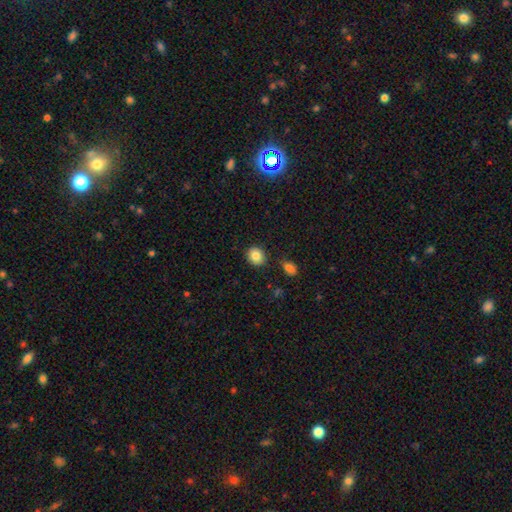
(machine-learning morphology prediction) A smooth galaxy with no disk features (84%) that is round (78%).

Vote fractions:
- Smooth or featured? smooth: 84% / star or artifact: 9% / featured or disk: 7%
- How rounded? round: 78% / in between: 21% / cigar-shaped: 1%
- Merging? none: 87% / minor disturbance: 8% / merger: 3% / major disturbance: 2%